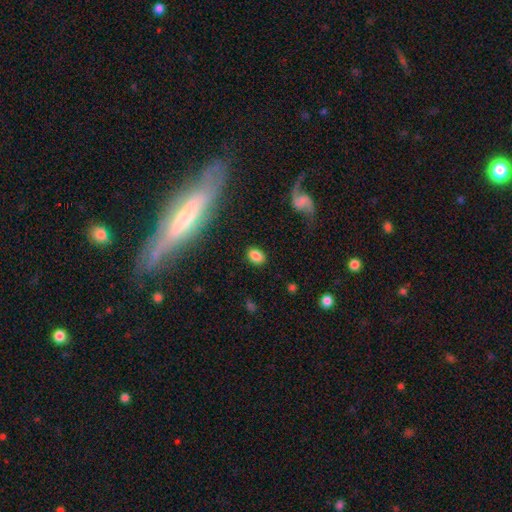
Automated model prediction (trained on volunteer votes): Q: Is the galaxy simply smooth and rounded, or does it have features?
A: smooth — 82%.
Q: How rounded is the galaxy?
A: in between — 78%.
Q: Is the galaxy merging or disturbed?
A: none — 85%.